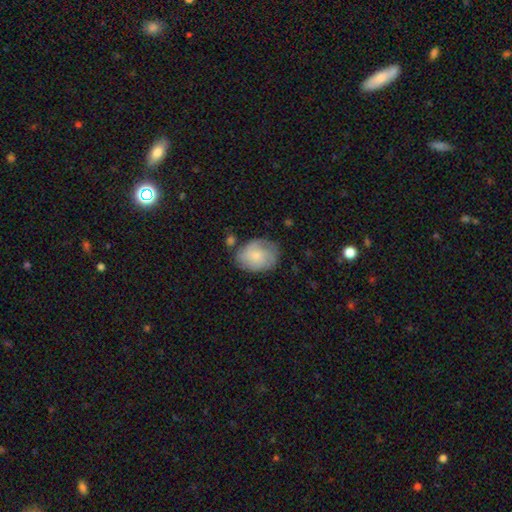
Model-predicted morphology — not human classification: Smooth or featured: smooth — 56% (featured or disk — 38%)
How rounded: in between — 65% (round — 34%)
Merging: none — 63% (minor disturbance — 25%)